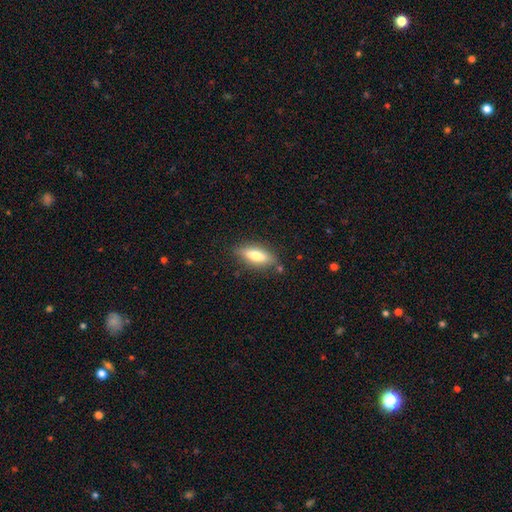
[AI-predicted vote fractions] This appears to be a smooth galaxy with no disk features (66%) that is in between round and cigar-shaped (65%). Merging: none (82%).